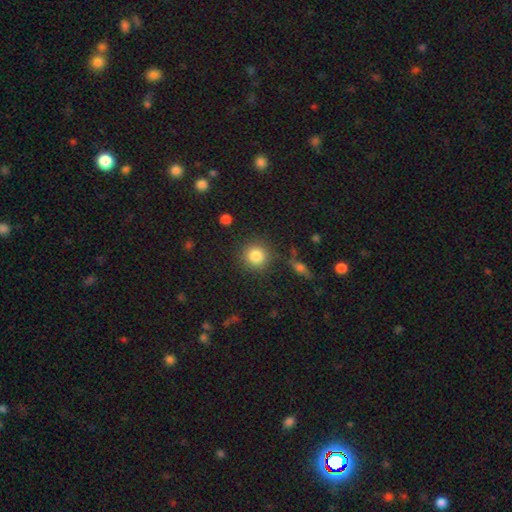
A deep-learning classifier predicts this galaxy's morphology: Smooth or featured?
  - smooth: 84% *
  - star or artifact: 10%
  - featured or disk: 6%
How rounded?
  - round: 91% *
  - in between: 8%
  - cigar-shaped: 1%
Merging?
  - none: 85% *
  - minor disturbance: 8%
  - major disturbance: 3%
  - merger: 3%